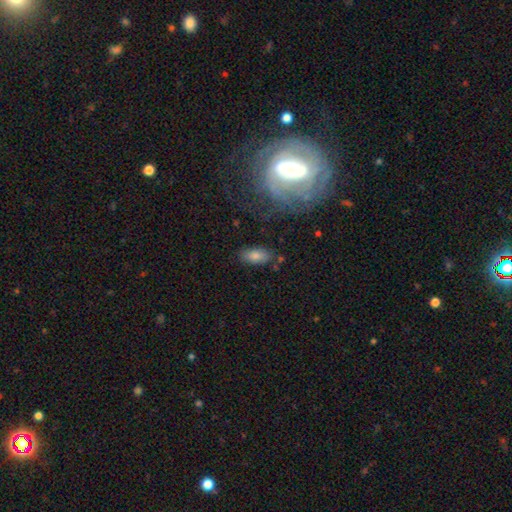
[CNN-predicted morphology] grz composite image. It shows a smooth galaxy with no disk features (80%) that is in between round and cigar-shaped (90%). Merging: none (79%).